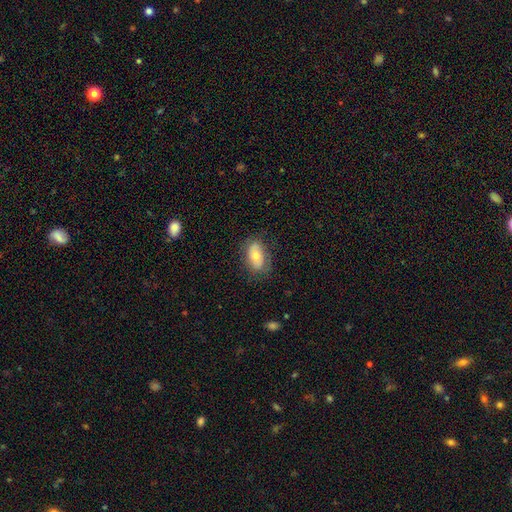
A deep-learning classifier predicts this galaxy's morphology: smooth_or_featured: smooth (p=0.59) [alt: featured or disk p=0.33]
how_rounded: in between (p=0.89) [alt: round p=0.08]
merging: none (p=0.74) [alt: minor disturbance p=0.19]